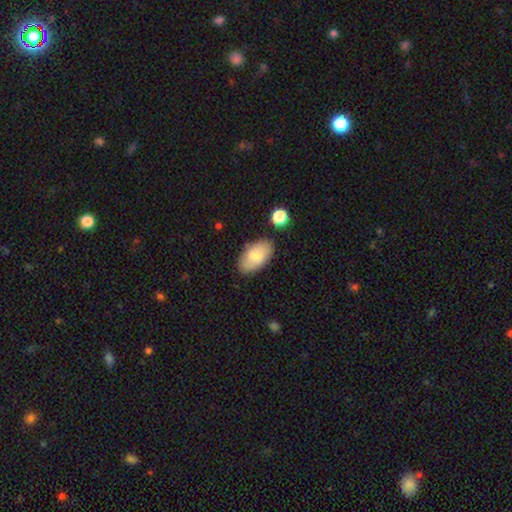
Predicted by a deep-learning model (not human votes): This is clearly a smooth galaxy (81%). How rounded: clearly in between (95%). Merging: likely none (78%).